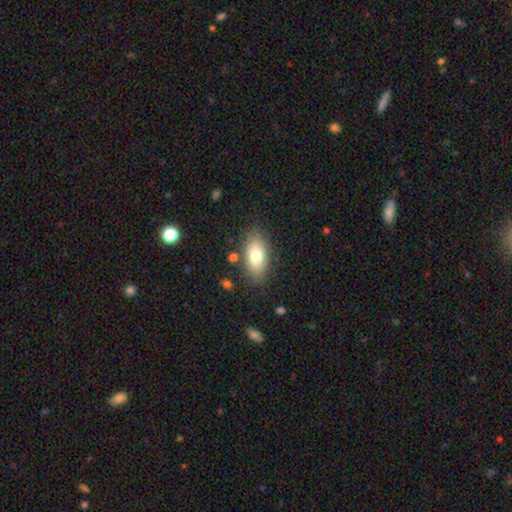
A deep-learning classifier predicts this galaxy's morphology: smooth 76%, featured or disk 17%, star or artifact 8%. Down the decision tree: how rounded — in between (88%); merging — none (82%).